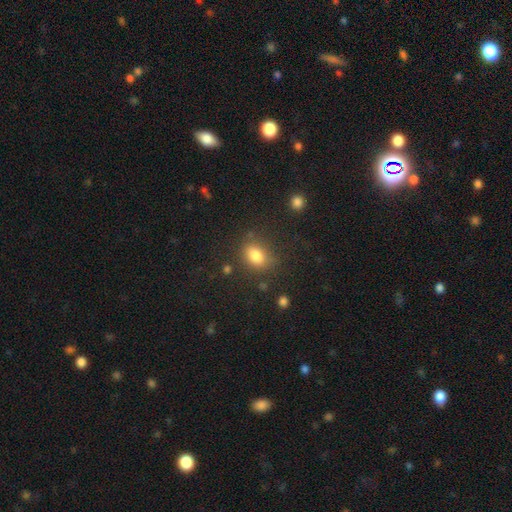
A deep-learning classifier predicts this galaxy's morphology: smooth 81%, star or artifact 11%, featured or disk 7%. Down the decision tree: how rounded — in between (74%); merging — none (74%).